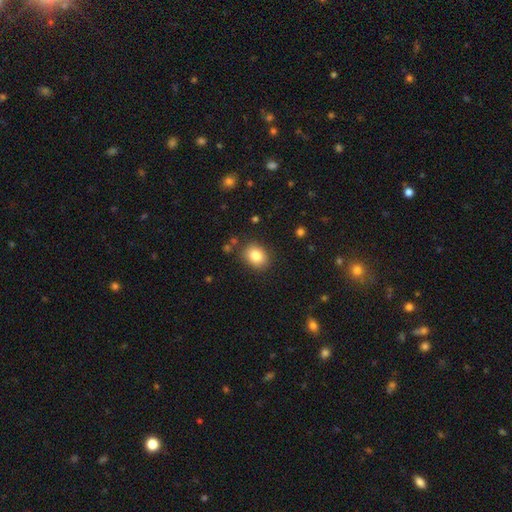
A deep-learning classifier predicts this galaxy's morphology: type=smooth (84%); roundness=in between (58%); merging=none (86%).